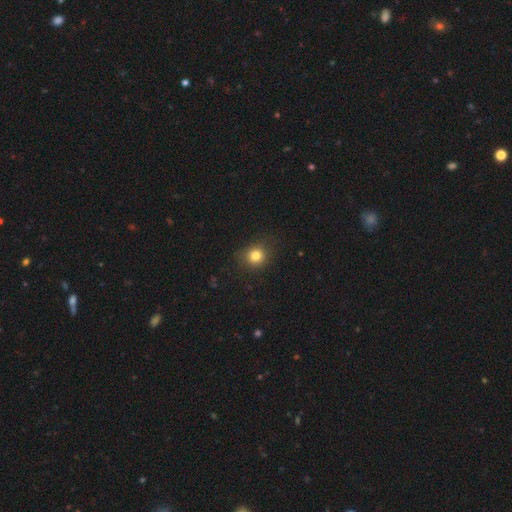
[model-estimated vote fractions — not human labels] Smooth or featured? Predicted: smooth (p=0.81). How rounded? Predicted: round (p=0.84). Merging? Predicted: none (p=0.84).